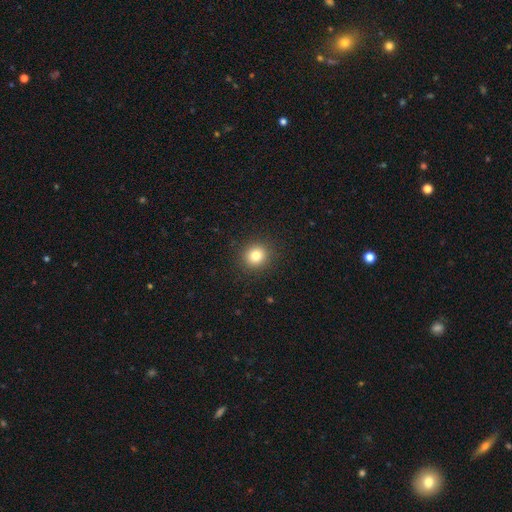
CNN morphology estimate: Smooth or featured: smooth — 80% (star or artifact — 12%)
How rounded: round — 89% (in between — 10%)
Merging: none — 91% (minor disturbance — 6%)